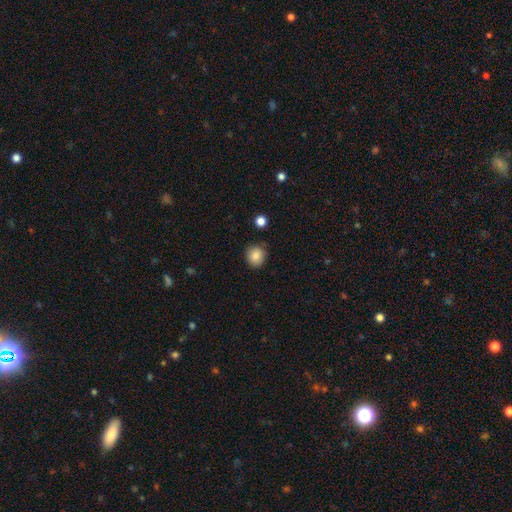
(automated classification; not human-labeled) This is clearly a smooth galaxy (86%). How rounded: clearly round (85%). Merging: clearly none (85%).